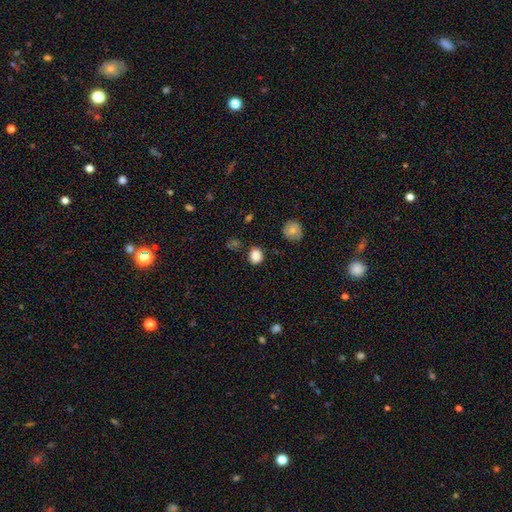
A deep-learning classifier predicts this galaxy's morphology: Q: Smooth or featured?
A: smooth (86%); runner-up: star or artifact (11%)
Q: How rounded?
A: round (63%); runner-up: in between (36%)
Q: Merging?
A: none (84%); runner-up: minor disturbance (11%)